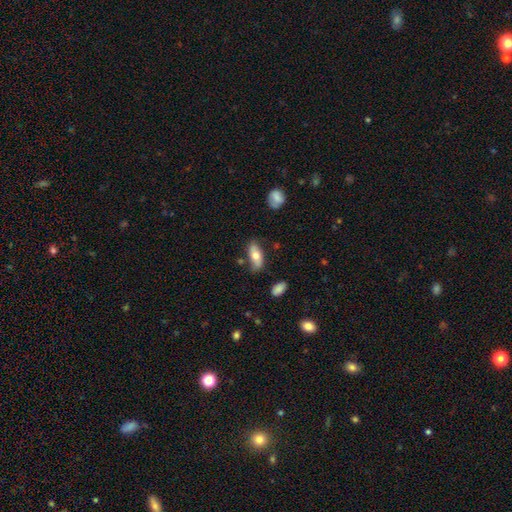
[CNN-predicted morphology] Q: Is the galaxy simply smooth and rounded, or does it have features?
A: smooth — 67%.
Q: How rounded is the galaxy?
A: in between — 80%.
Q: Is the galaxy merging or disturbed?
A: none — 72%.